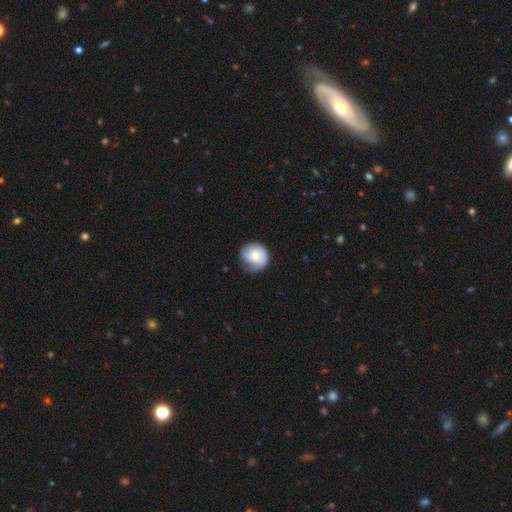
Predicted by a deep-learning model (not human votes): smooth-or-featured: smooth: 57% | featured or disk: 37% | star or artifact: 6%
  how-rounded: round: 82% | in between: 17% | cigar-shaped: 1%
  merging: none: 56% | minor disturbance: 32% | major disturbance: 12% | merger: 1%